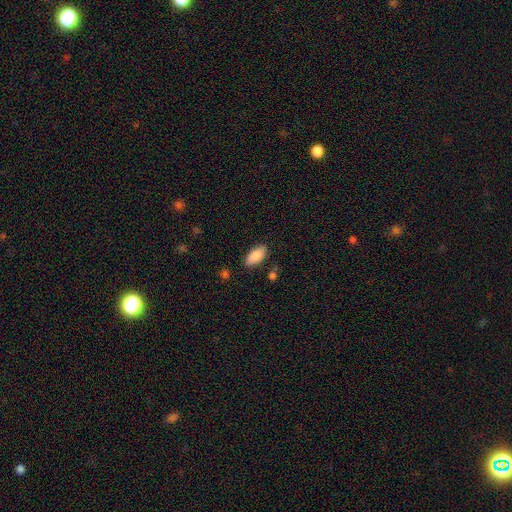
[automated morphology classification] This is clearly a smooth galaxy (88%). How rounded: clearly in between (91%). Merging: clearly none (84%).